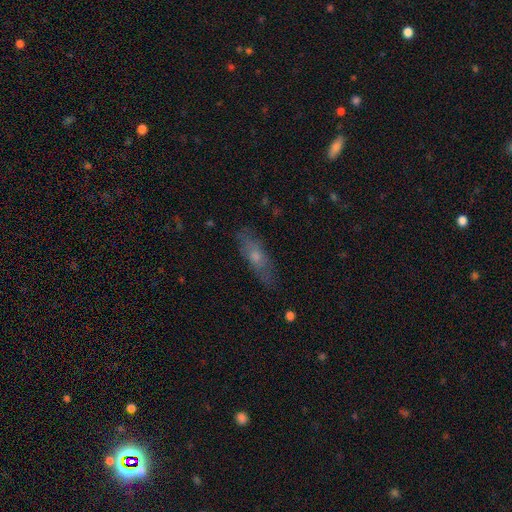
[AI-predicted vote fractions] Q: Smooth or featured?
A: smooth (54%); runner-up: featured or disk (38%)
Q: How rounded?
A: cigar-shaped (52%); runner-up: in between (45%)
Q: Merging?
A: none (80%); runner-up: minor disturbance (15%)